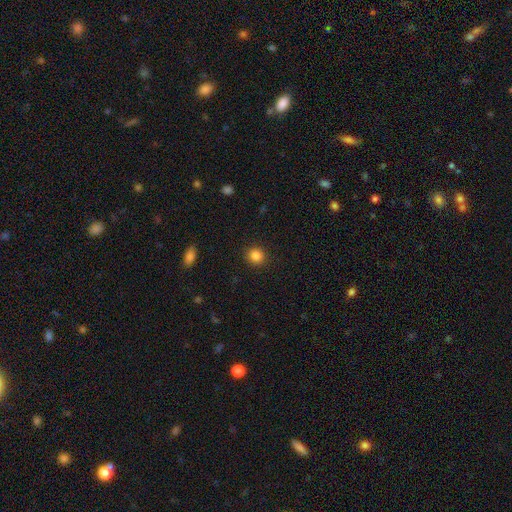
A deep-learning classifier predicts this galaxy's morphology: smooth-or-featured: smooth: 85% | star or artifact: 11% | featured or disk: 4%
  how-rounded: round: 88% | in between: 11% | cigar-shaped: 1%
  merging: none: 91% | minor disturbance: 6% | major disturbance: 2% | merger: 1%